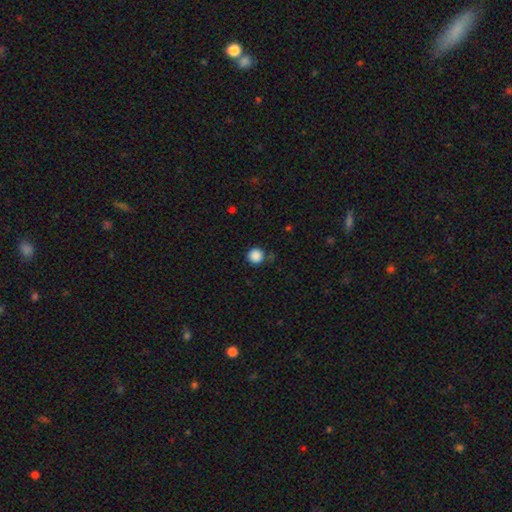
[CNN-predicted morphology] Smooth or featured? smooth (87%)
How rounded? round (95%)
Merging? none (85%)